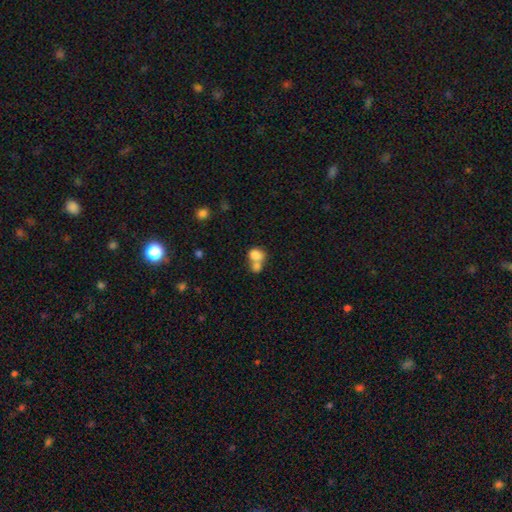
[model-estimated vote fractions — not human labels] smooth-or-featured: smooth: 81% | featured or disk: 10% | star or artifact: 10%
  how-rounded: in between: 52% | round: 47% | cigar-shaped: 1%
  merging: merger: 63% | none: 26% | minor disturbance: 7% | major disturbance: 4%